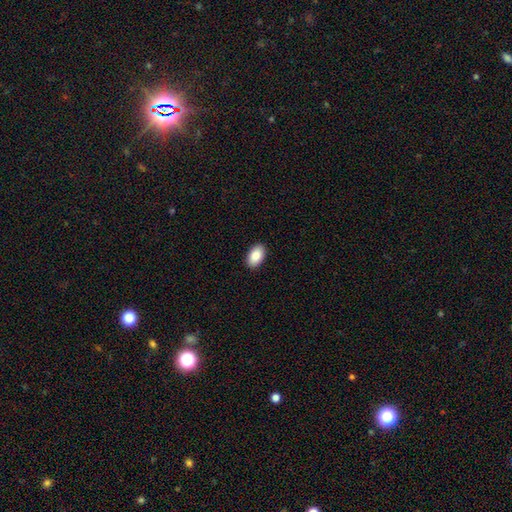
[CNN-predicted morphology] This is clearly a smooth galaxy (87%). How rounded: clearly in between (94%). Merging: clearly none (91%).